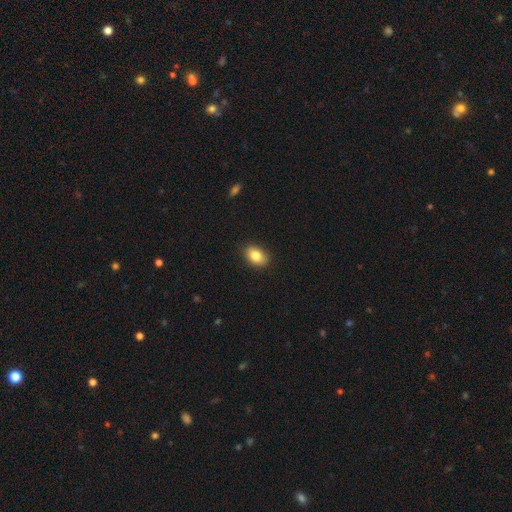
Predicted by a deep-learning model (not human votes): This is clearly a smooth galaxy (85%). How rounded: clearly in between (84%). Merging: clearly none (87%).